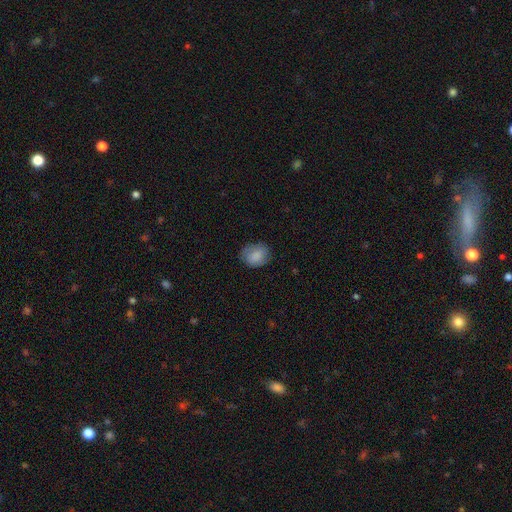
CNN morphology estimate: Smooth or featured? smooth (84%)
How rounded? in between (50%)
Merging? none (76%)